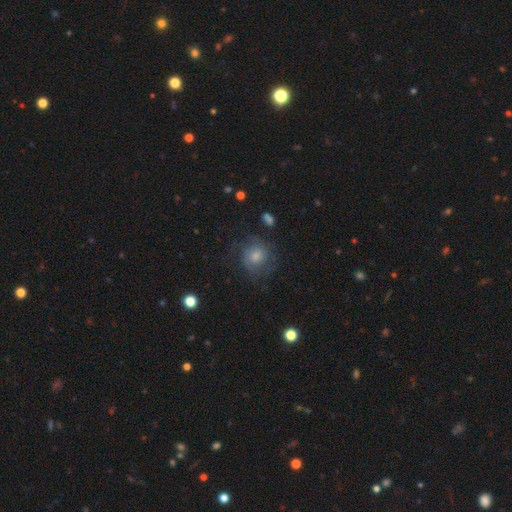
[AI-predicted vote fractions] featured or disk 45%, smooth 38%, star or artifact 17%. Down the decision tree: merging — none (70%).